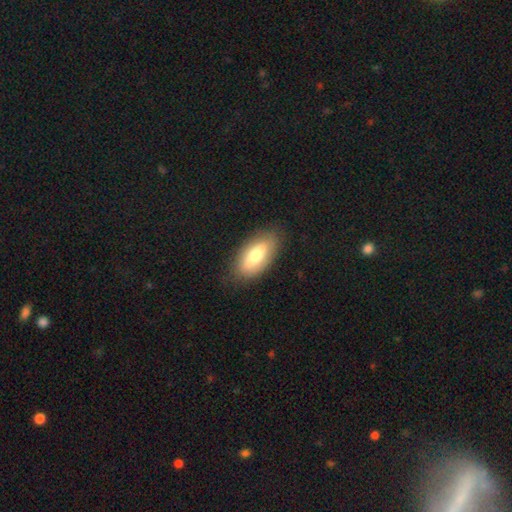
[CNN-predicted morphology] Smooth or featured? Predicted: smooth (p=0.66). How rounded? Predicted: in between (p=0.86). Merging? Predicted: none (p=0.83).